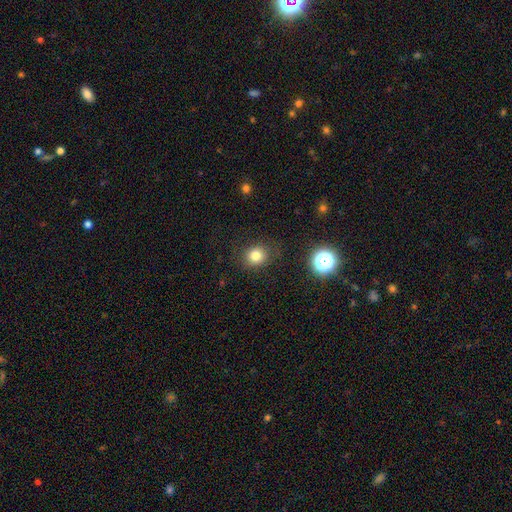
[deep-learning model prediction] Smooth or featured? Predicted: smooth (p=0.80). How rounded? Predicted: round (p=0.77). Merging? Predicted: none (p=0.84).